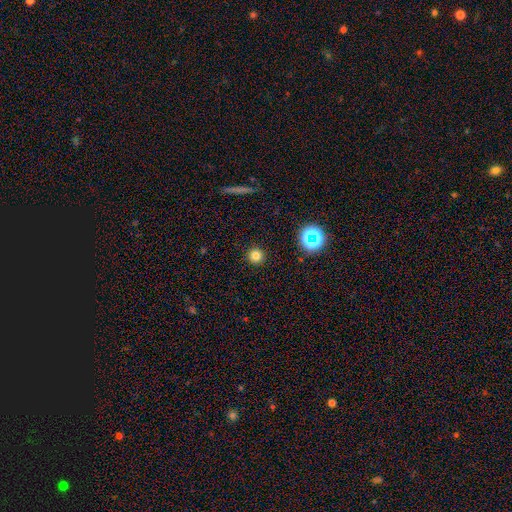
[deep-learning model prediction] Smooth or featured: smooth — 78% (star or artifact — 16%)
How rounded: round — 96% (in between — 3%)
Merging: none — 92% (minor disturbance — 5%)